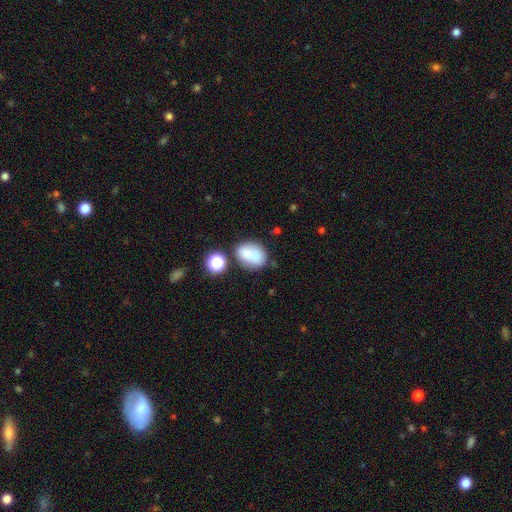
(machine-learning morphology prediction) Smooth or featured? smooth (75%)
How rounded? in between (73%)
Merging? none (56%)